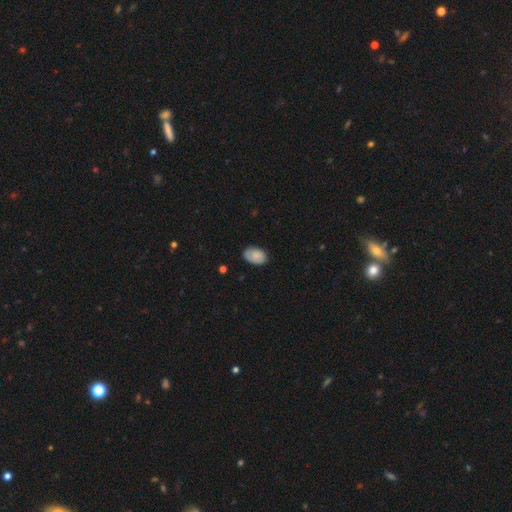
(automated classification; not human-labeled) Smooth or featured: smooth — 81% (featured or disk — 11%)
How rounded: in between — 88% (round — 10%)
Merging: none — 77% (minor disturbance — 18%)